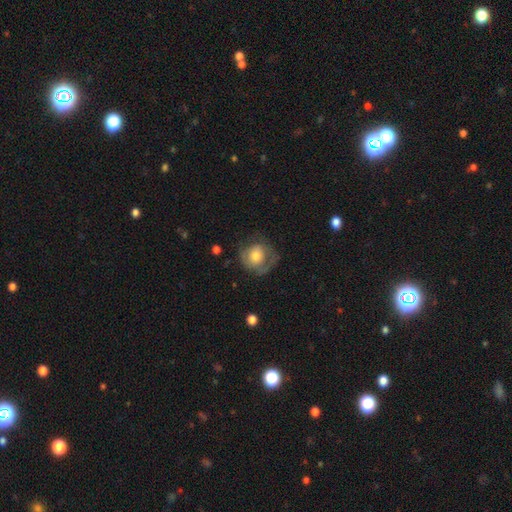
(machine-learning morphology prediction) Smooth or featured? smooth (56%)
How rounded? round (80%)
Merging? none (53%)